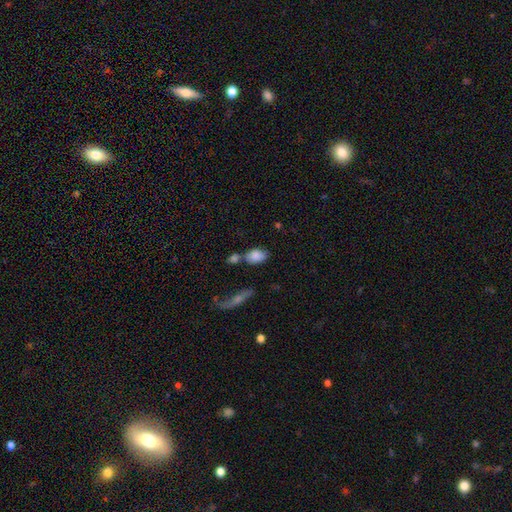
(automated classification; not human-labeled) Smooth or featured? smooth (82%)
How rounded? in between (86%)
Merging? none (49%)